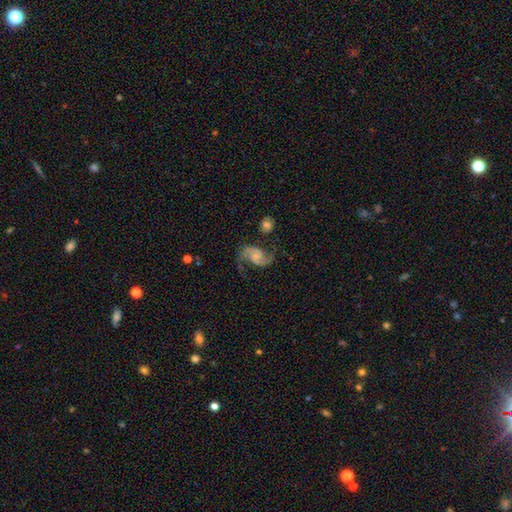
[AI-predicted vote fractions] Smooth or featured?
  - featured or disk: 86% *
  - smooth: 8%
  - star or artifact: 6%
Edge-on disk?
  - no: 98% *
  - yes: 2%
Bar?
  - no: 57% *
  - weak: 36%
  - strong: 8%
Spiral arms?
  - yes: 97% *
  - no: 3%
Spiral winding?
  - loose: 45% * (tied)
  - medium: 45% * (tied)
  - tight: 10%
Spiral arm count?
  - 2: 93% *
  - 1: 2%
  - can't tell: 2%
  - 3: 1%
  - 4: 1%
  - more than 4: 1%
Bulge size?
  - none: 41% *
  - small: 37%
  - moderate: 16%
  - large: 4%
  - dominant: 2%
Merging?
  - none: 65% *
  - minor disturbance: 18%
  - major disturbance: 13%
  - merger: 5%